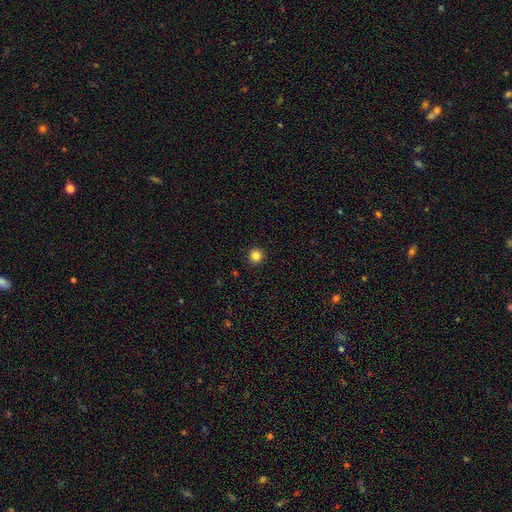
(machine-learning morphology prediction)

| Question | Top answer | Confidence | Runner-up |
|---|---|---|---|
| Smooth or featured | smooth | 84% | star or artifact (12%) |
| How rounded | round | 96% | in between (3%) |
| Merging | none | 93% | minor disturbance (4%) |